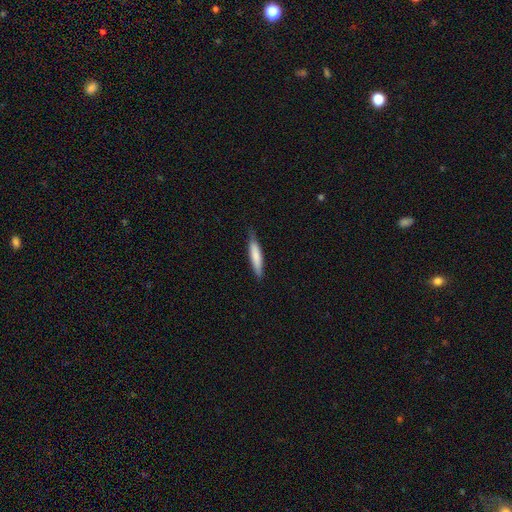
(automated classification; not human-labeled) A smooth galaxy with no disk features (75%) that is cigar-shaped (86%).

Vote fractions:
- Smooth or featured? smooth: 75% / featured or disk: 19% / star or artifact: 5%
- How rounded? cigar-shaped: 86% / in between: 12% / round: 1%
- Merging? none: 77% / minor disturbance: 19% / major disturbance: 3% / merger: 1%